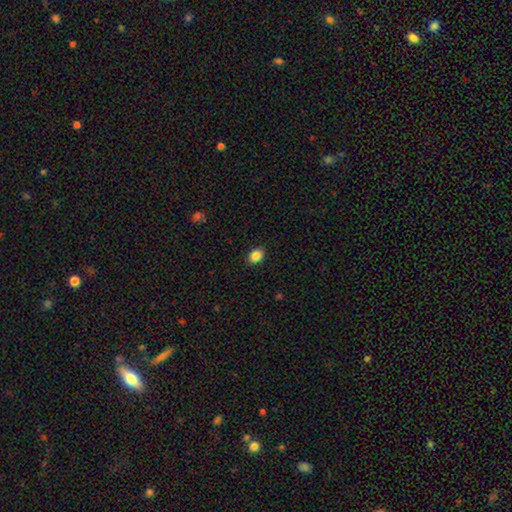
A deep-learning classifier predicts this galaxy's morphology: This appears to be a smooth galaxy with no disk features (87%) that is in between round and cigar-shaped (65%). Merging: none (90%).